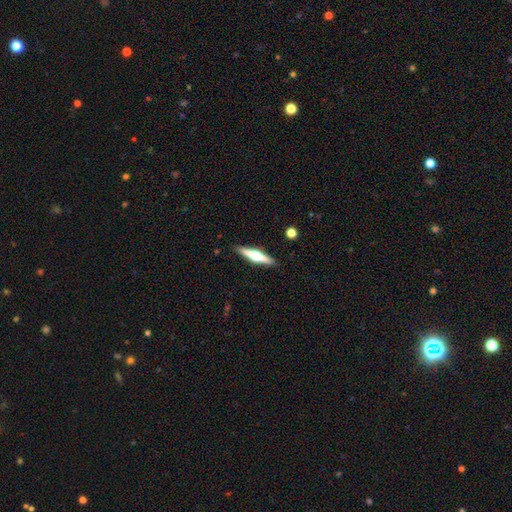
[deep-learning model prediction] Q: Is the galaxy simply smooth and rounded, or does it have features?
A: featured or disk — 68%.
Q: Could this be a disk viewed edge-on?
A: yes — 97%.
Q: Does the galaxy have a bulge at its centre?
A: rounded — 94%.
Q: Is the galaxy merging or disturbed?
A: none — 90%.